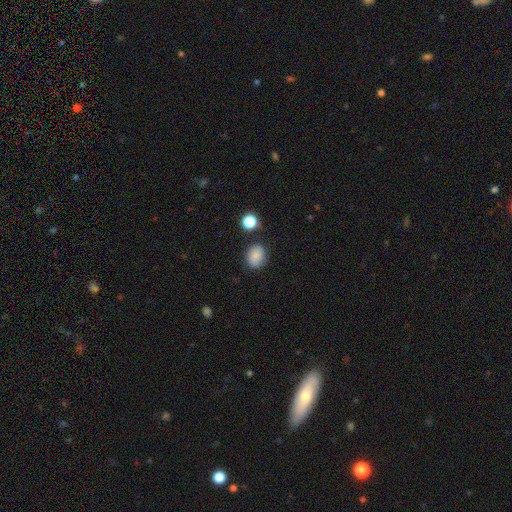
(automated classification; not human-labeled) Smooth or featured? smooth (82%)
How rounded? round (58%)
Merging? none (79%)